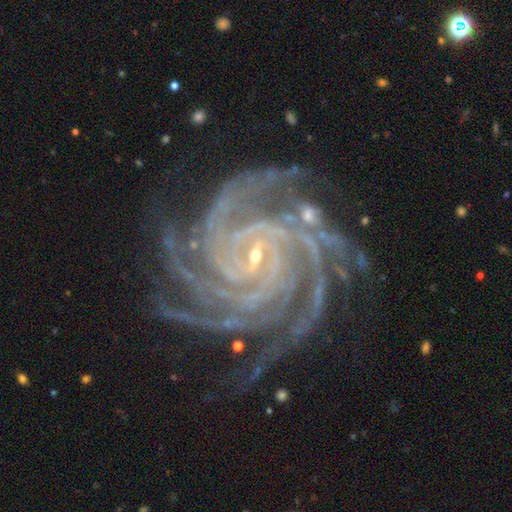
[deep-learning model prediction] The model was most divided on "bar": weak: 37%, no: 36%, strong: 27%. Remaining: spiral arms — yes (99%); edge-on disk — no (98%); smooth or featured — featured or disk (93%); bulge size — small (86%); spiral winding — tight (80%); merging — none (78%); spiral arm count — more than 4 (37%).